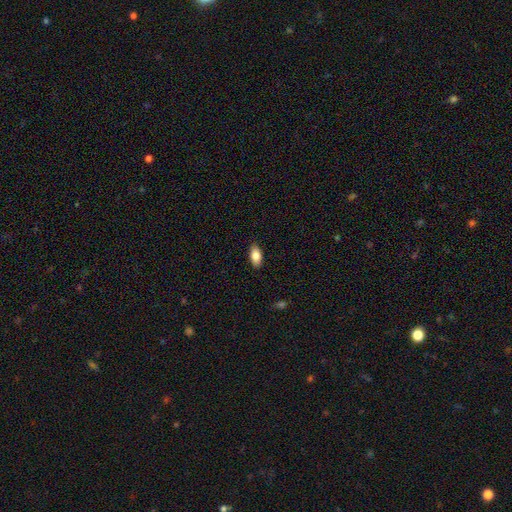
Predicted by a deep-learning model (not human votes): smooth-or-featured: smooth: 84% | featured or disk: 9% | star or artifact: 7%
  how-rounded: in between: 91% | cigar-shaped: 6% | round: 3%
  merging: none: 88% | minor disturbance: 9% | major disturbance: 2% | merger: 1%